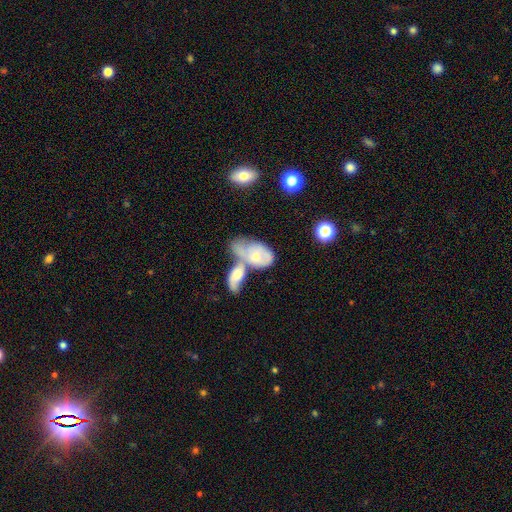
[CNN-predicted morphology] Smooth or featured: featured or disk — 48% (smooth — 45%)
Merging: merger — 67% (none — 12%)